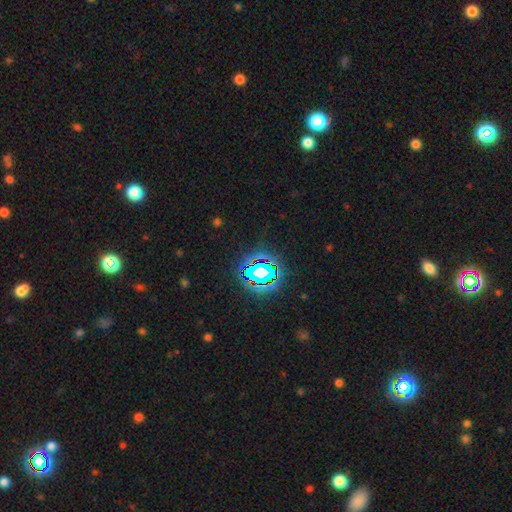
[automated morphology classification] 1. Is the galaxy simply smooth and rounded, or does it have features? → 78% star or artifact, 14% smooth, 8% featured or disk.